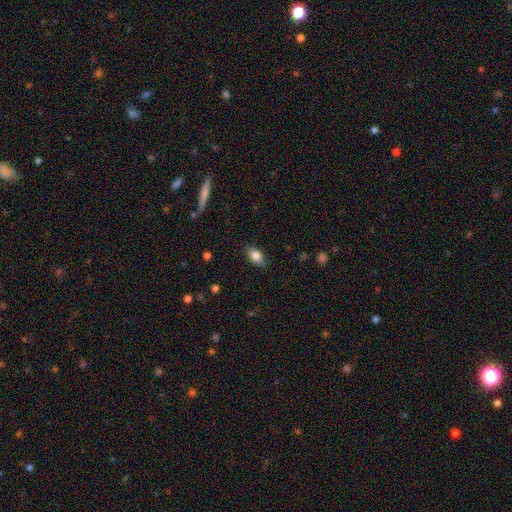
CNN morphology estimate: smooth 81%, featured or disk 11%, star or artifact 8%. Down the decision tree: how rounded — in between (83%); merging — none (81%).